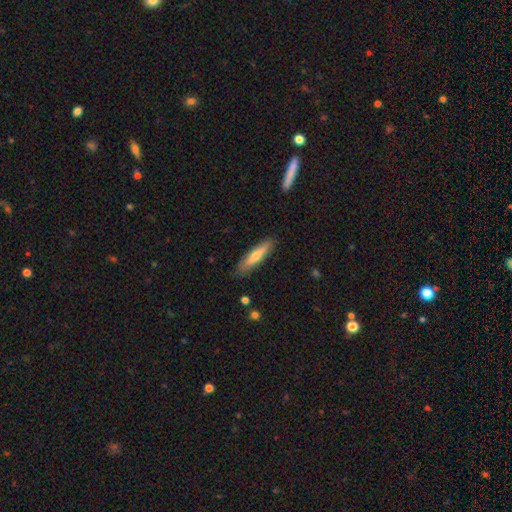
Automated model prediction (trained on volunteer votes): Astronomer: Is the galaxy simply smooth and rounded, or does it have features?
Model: smooth — 57% (runner-up: featured or disk, 37%).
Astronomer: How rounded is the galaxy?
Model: cigar-shaped — 81%.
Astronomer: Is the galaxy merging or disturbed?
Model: none — 86%.